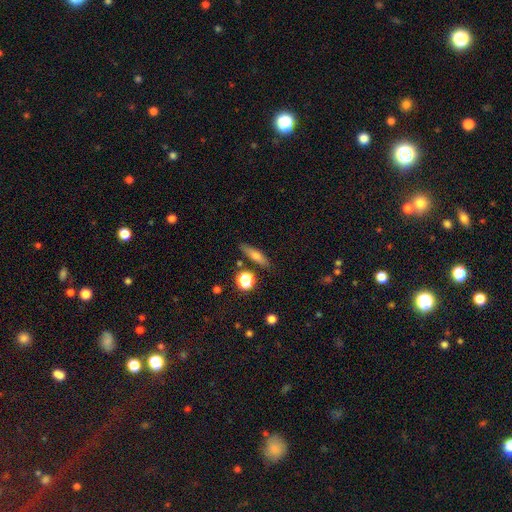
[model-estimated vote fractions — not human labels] This is likely a smooth galaxy (63%). How rounded: likely cigar-shaped (68%). Merging: clearly none (82%).